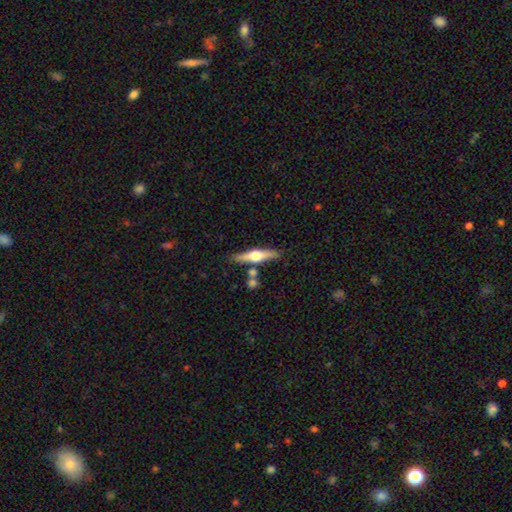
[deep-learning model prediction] smooth-or-featured: featured or disk: 65% | smooth: 29% | star or artifact: 5%
  disk-edge-on: yes: 96% | no: 4%
    edge-on-bulge: rounded: 95% | boxy: 3% | none: 2%
  merging: none: 80% | minor disturbance: 10% | merger: 8% | major disturbance: 2%